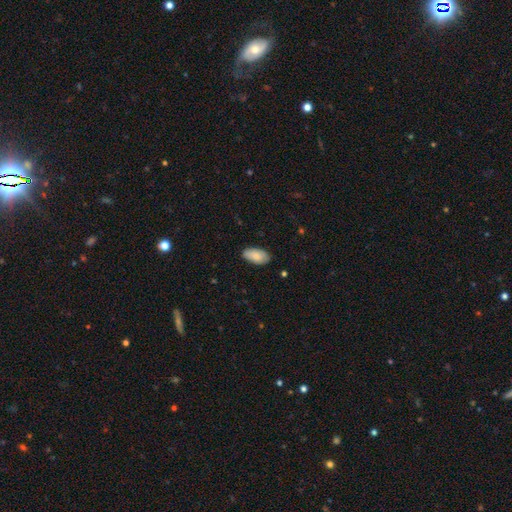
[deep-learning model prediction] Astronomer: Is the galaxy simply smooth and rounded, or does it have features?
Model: smooth — 84%.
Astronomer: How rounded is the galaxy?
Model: in between — 95%.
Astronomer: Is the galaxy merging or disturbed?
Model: none — 84%.